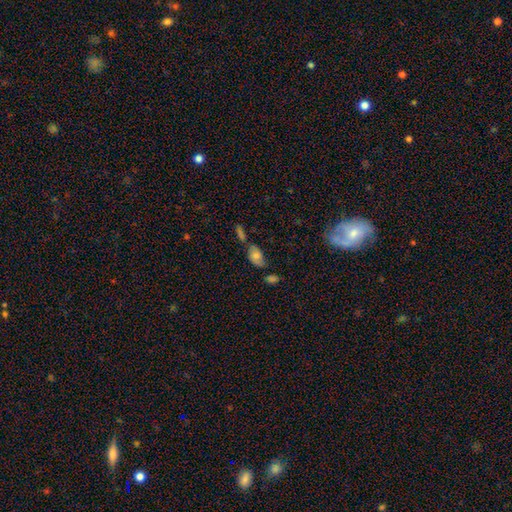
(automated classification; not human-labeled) Smooth or featured?
  - smooth: 63% *
  - featured or disk: 24%
  - star or artifact: 14%
How rounded?
  - in between: 88% *
  - round: 9%
  - cigar-shaped: 4%
Merging?
  - none: 49% *
  - minor disturbance: 22%
  - merger: 20%
  - major disturbance: 9%